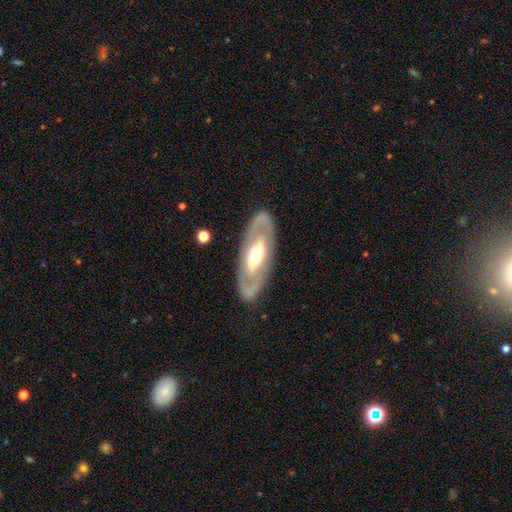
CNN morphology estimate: The model was most divided on "spiral arms": yes: 52%, no: 48%. More confident: edge-on disk — no (87%); merging — none (86%); smooth or featured — featured or disk (76%); bulge size — moderate (67%); bar — no (54%).